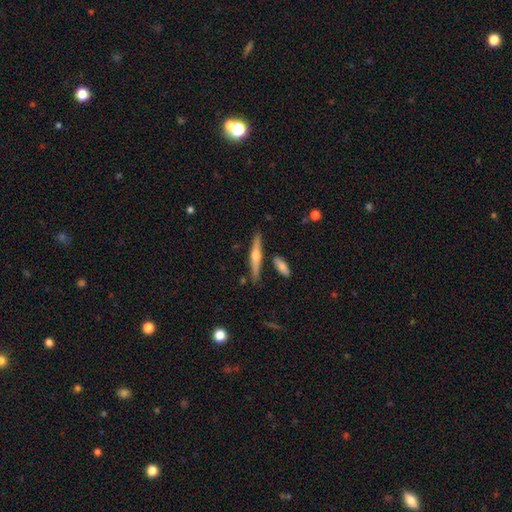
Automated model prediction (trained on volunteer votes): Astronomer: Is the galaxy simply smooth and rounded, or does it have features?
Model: featured or disk — 66%.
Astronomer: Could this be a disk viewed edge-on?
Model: yes — 97%.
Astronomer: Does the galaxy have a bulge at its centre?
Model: rounded — 90%.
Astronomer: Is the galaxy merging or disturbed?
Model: none — 84%.